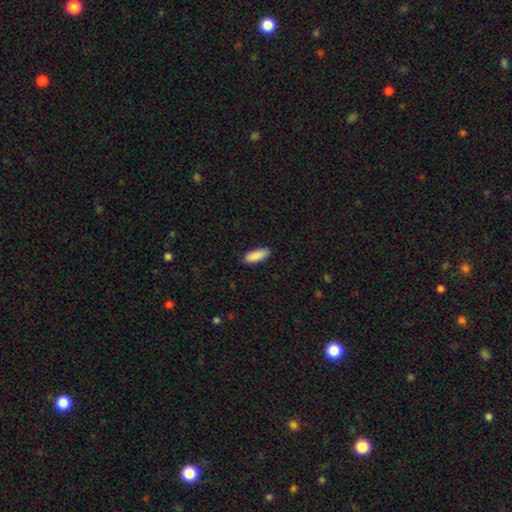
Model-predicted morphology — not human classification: This is clearly a smooth galaxy (90%). How rounded: likely in between (72%). Merging: clearly none (88%).